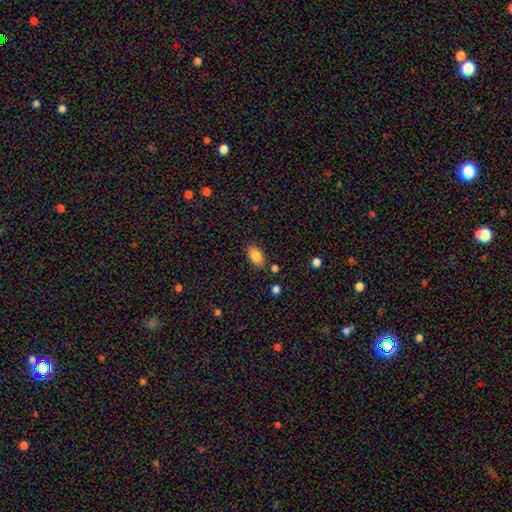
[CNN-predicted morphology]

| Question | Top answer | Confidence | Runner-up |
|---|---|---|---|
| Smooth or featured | smooth | 84% | featured or disk (8%) |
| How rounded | in between | 91% | round (6%) |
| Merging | none | 81% | minor disturbance (13%) |